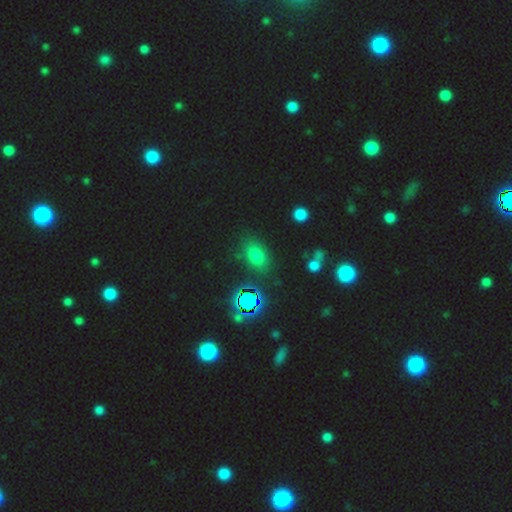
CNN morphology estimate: A smooth galaxy with no disk features (62%) that is in between round and cigar-shaped (71%).

Vote fractions:
- Smooth or featured? smooth: 62% / star or artifact: 29% / featured or disk: 9%
- How rounded? in between: 71% / round: 25% / cigar-shaped: 3%
- Merging? none: 81% / minor disturbance: 11% / major disturbance: 4% / merger: 4%